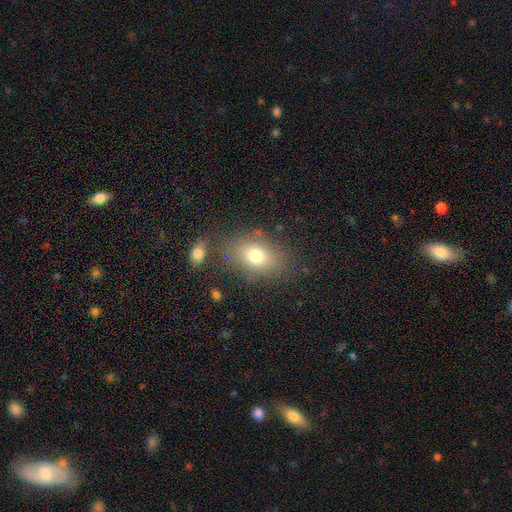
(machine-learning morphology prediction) The model was most divided on "how rounded": in between: 71%, round: 27%, cigar-shaped: 1%. More confident: merging — none (75%); smooth or featured — smooth (74%).